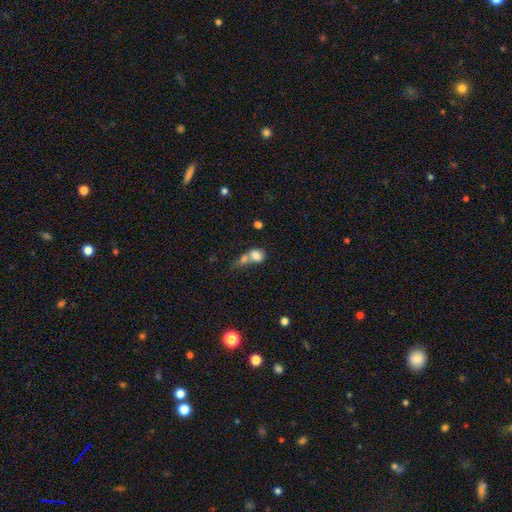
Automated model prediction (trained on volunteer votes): smooth 78%, featured or disk 13%, star or artifact 9%. Down the decision tree: how rounded — in between (53%); merging — merger (63%).